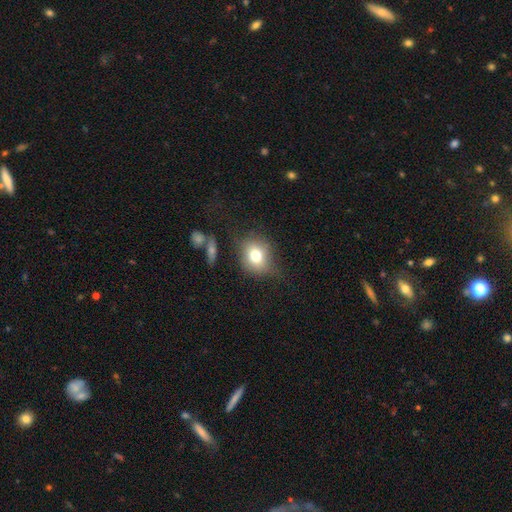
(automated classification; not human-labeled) smooth 72%, featured or disk 16%, star or artifact 11%. Down the decision tree: how rounded — round (59%); merging — none (66%).